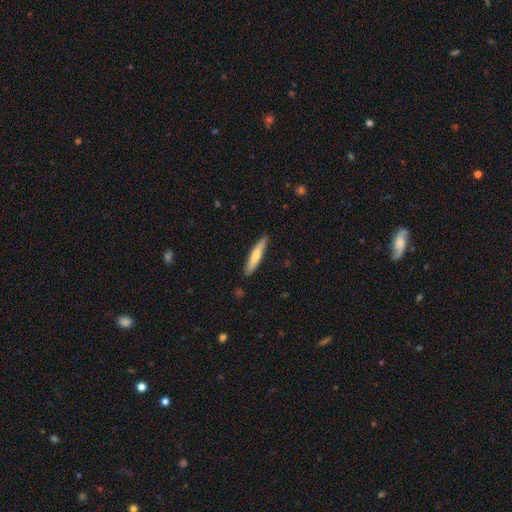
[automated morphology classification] smooth_or_featured: smooth (p=0.67) [alt: featured or disk p=0.27]
how_rounded: cigar-shaped (p=0.90) [alt: in between p=0.09]
merging: none (p=0.88) [alt: minor disturbance p=0.09]